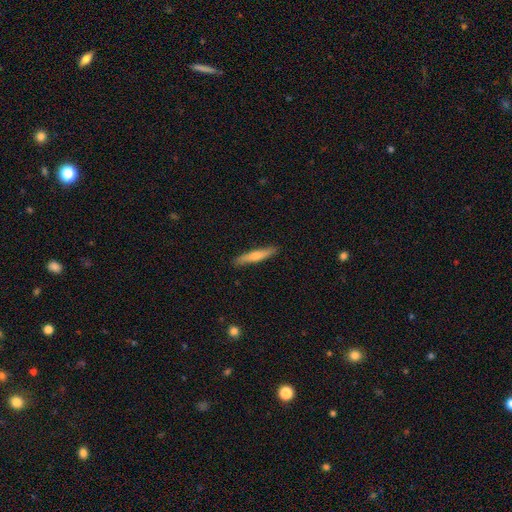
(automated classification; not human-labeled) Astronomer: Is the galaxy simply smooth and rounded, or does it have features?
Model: smooth — 63%.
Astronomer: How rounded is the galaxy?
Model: cigar-shaped — 91%.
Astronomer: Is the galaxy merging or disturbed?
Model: none — 89%.